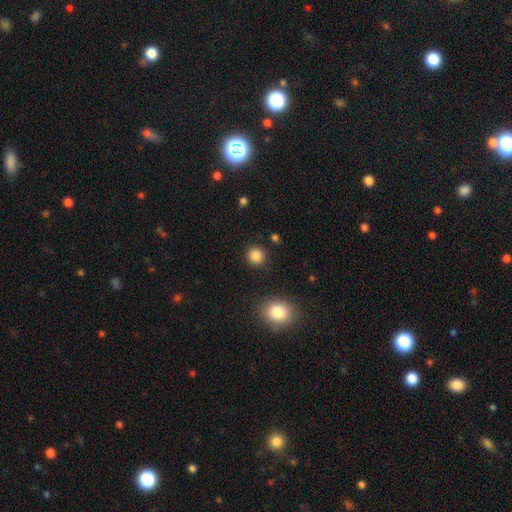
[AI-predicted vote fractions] Smooth or featured?
  - smooth: 85% *
  - star or artifact: 11%
  - featured or disk: 4%
How rounded?
  - round: 92% *
  - in between: 7%
  - cigar-shaped: 1%
Merging?
  - none: 90% *
  - minor disturbance: 5%
  - major disturbance: 2%
  - merger: 2%